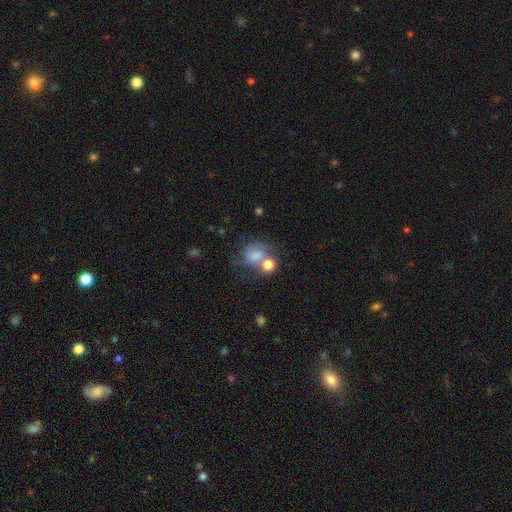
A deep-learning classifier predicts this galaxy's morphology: The model was most divided on "how rounded": round: 59%, in between: 40%, cigar-shaped: 1%. Remaining: smooth or featured — smooth (57%); merging — merger (47%).